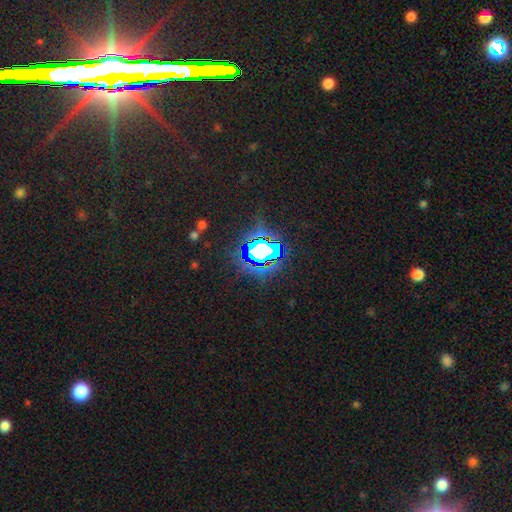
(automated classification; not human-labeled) smooth-or-featured: star or artifact: 76% | smooth: 14% | featured or disk: 10%